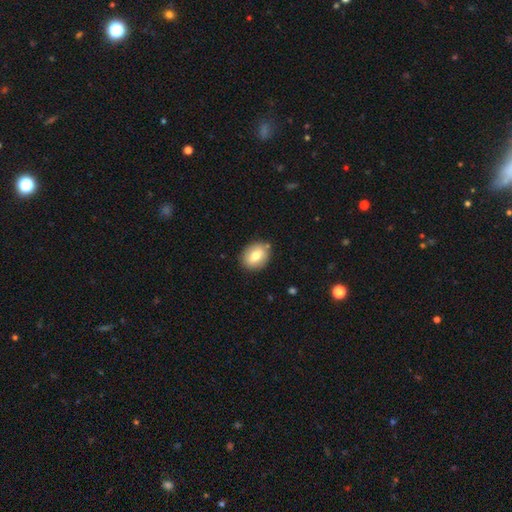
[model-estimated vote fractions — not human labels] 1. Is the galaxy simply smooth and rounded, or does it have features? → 75% smooth, 17% featured or disk, 8% star or artifact.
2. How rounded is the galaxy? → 57% in between, 42% round, 1% cigar-shaped.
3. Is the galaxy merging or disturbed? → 84% none, 11% minor disturbance, 3% merger, 2% major disturbance.